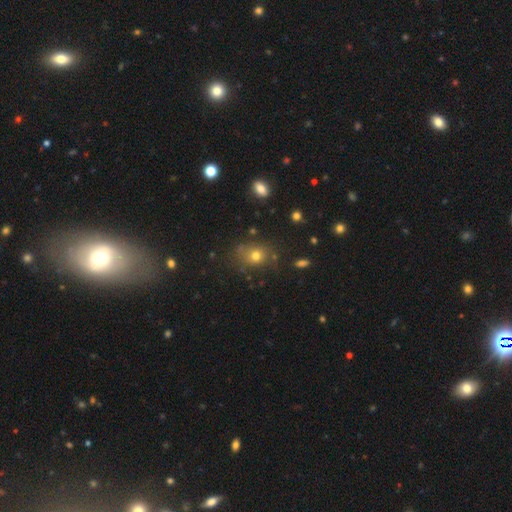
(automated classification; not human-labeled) Smooth or featured?
  - smooth: 72% *
  - star or artifact: 16%
  - featured or disk: 13%
How rounded?
  - round: 52% *
  - in between: 46%
  - cigar-shaped: 1%
Merging?
  - none: 67% *
  - minor disturbance: 20%
  - major disturbance: 8%
  - merger: 4%